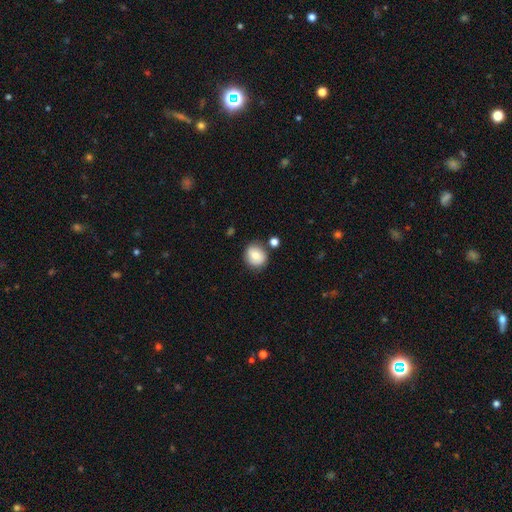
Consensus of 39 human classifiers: Morphology: type=smooth (67%); roundness=round (88%); merging=none (81%).